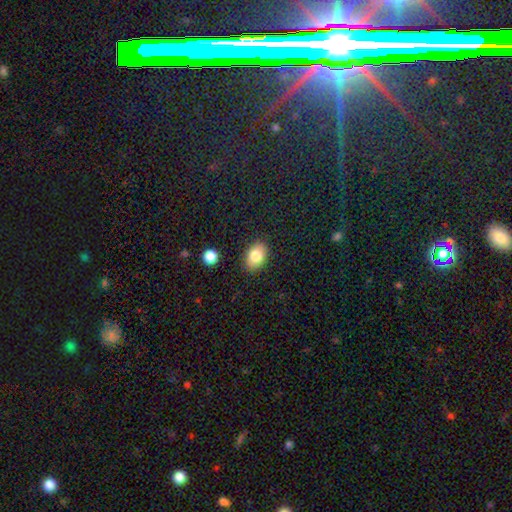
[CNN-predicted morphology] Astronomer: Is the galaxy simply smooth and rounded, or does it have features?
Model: smooth — 83%.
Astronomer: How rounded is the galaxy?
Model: in between — 82%.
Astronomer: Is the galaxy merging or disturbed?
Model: none — 87%.